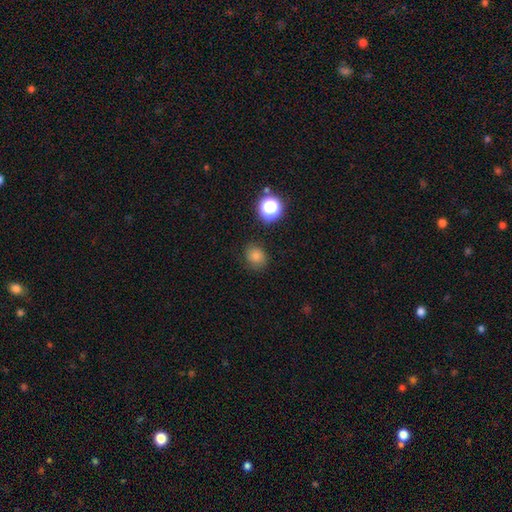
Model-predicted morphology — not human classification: A smooth galaxy with no disk features (76%) that is round (72%). Merging: none (82%).